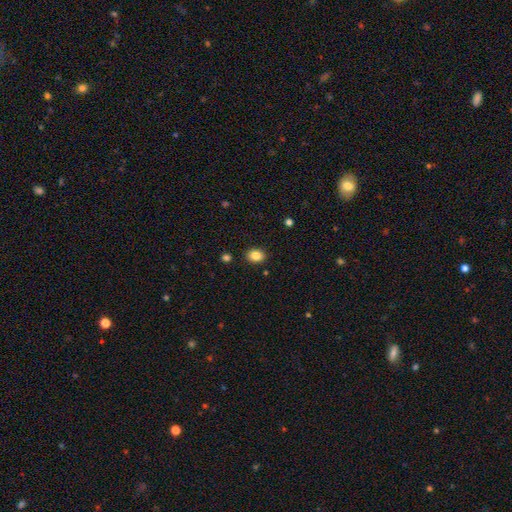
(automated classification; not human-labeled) smooth-or-featured: smooth: 85% | star or artifact: 9% | featured or disk: 6%
  how-rounded: in between: 61% | round: 38% | cigar-shaped: 1%
  merging: none: 88% | minor disturbance: 8% | major disturbance: 2% | merger: 2%